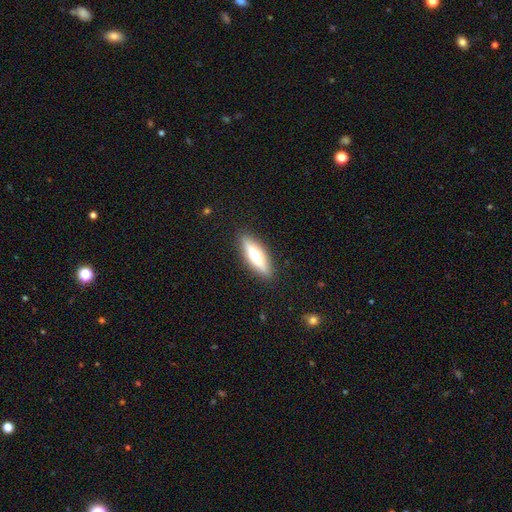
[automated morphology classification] A smooth galaxy with no disk features (53%) that is cigar-shaped (58%).

Vote fractions:
- Smooth or featured? smooth: 53% / featured or disk: 41% / star or artifact: 6%
- How rounded? cigar-shaped: 58% / in between: 40% / round: 2%
- Merging? none: 88% / minor disturbance: 8% / major disturbance: 2% / merger: 1%